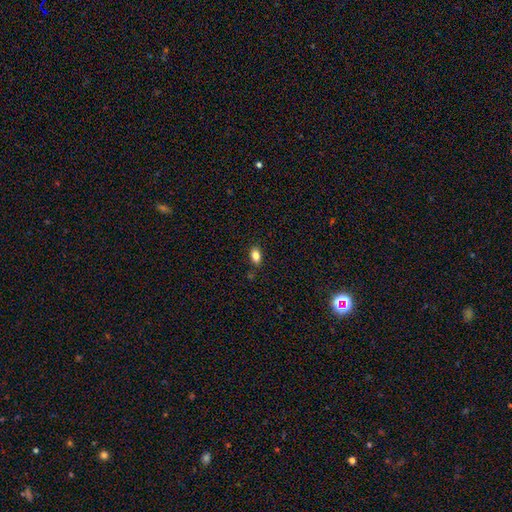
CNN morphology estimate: Smooth or featured? Predicted: smooth (p=0.84). How rounded? Predicted: in between (p=0.88). Merging? Predicted: none (p=0.84).